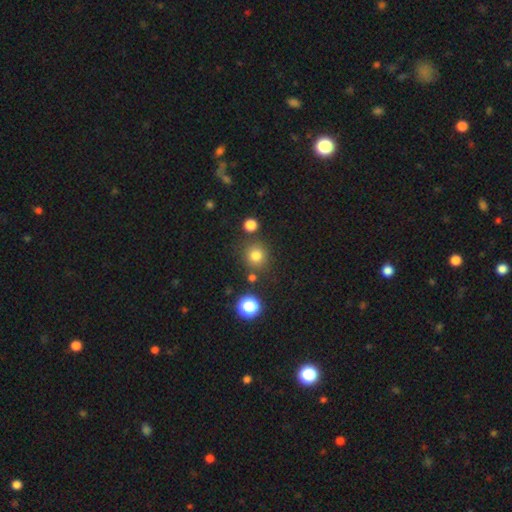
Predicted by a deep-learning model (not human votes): Smooth or featured: smooth — 79% (star or artifact — 15%)
How rounded: round — 91% (in between — 8%)
Merging: none — 81% (minor disturbance — 9%)